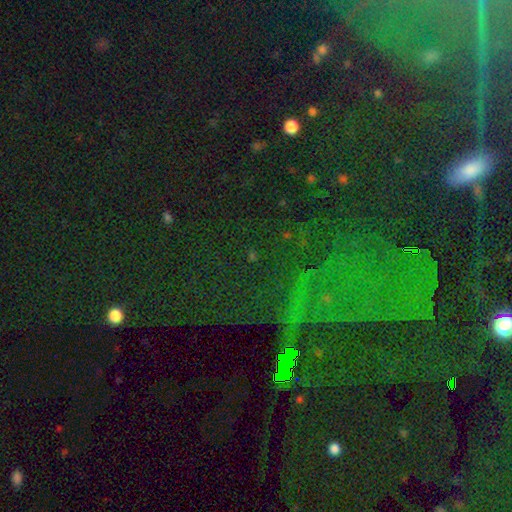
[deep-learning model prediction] This is likely a star or artifact rather than a galaxy (73%).